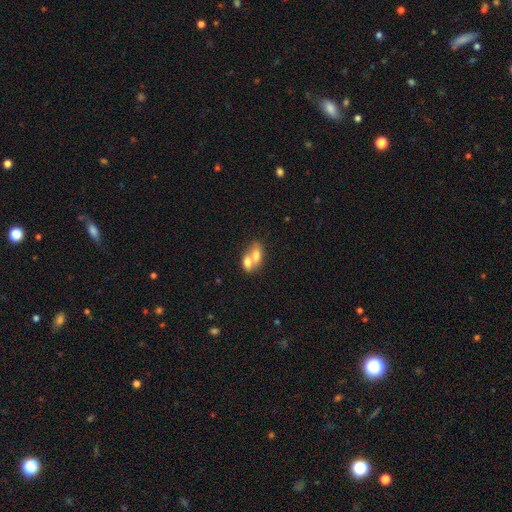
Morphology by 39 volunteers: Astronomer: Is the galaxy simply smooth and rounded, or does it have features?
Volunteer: smooth — 85%.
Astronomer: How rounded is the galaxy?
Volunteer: in between — 91%.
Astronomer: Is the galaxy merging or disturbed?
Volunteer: merger — 66%.